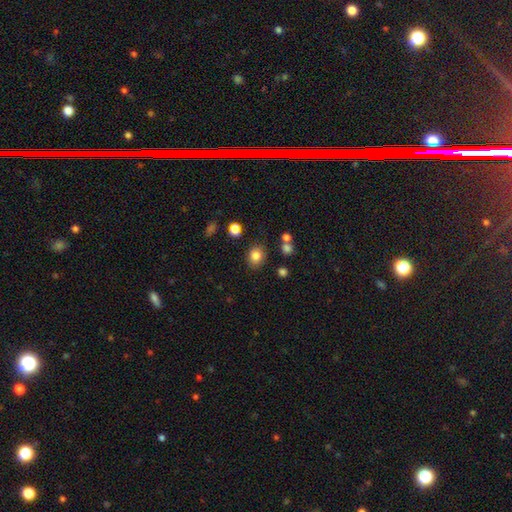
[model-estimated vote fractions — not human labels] This appears to be a smooth galaxy with no disk features (83%) that is round (62%). Merging: none (84%).